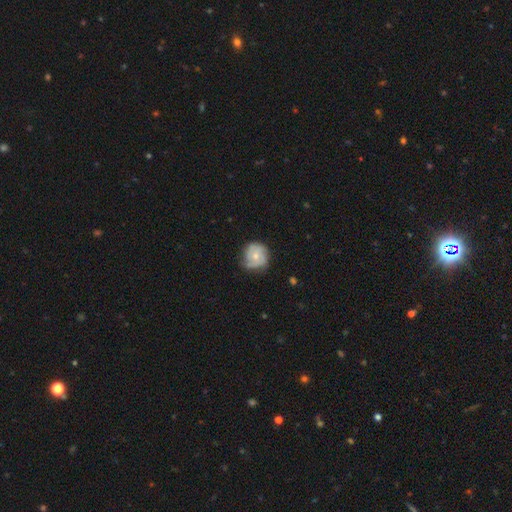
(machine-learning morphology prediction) smooth_or_featured: featured or disk (p=0.53) [alt: smooth p=0.40]
disk_edge_on: no (p=0.98) [alt: yes p=0.02]
bar: no (p=0.79) [alt: weak p=0.18]
has_spiral_arms: yes (p=0.79) [alt: no p=0.21]
bulge_size: small (p=0.48) [tied with: moderate p=0.48]
merging: none (p=0.62) [alt: minor disturbance p=0.29]